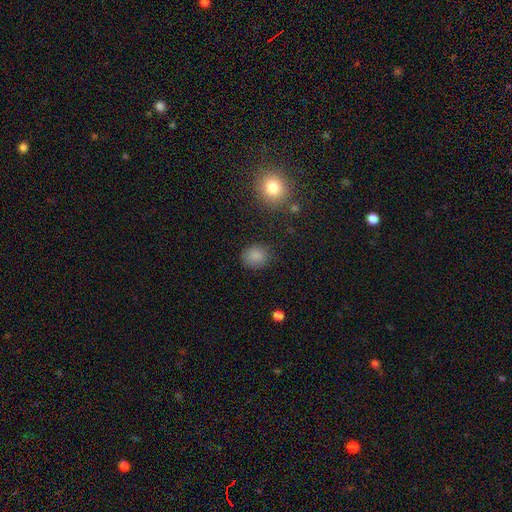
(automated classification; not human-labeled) Smooth or featured? Predicted: smooth (p=0.85). How rounded? Predicted: round (p=0.69). Merging? Predicted: none (p=0.85).